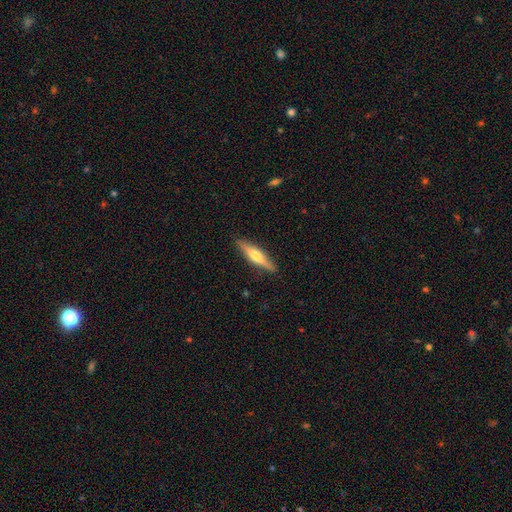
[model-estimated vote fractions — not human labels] The model was most divided on "smooth or featured": featured or disk: 54%, smooth: 40%, star or artifact: 6%. More confident: edge-on disk — yes (95%); merging — none (89%); edge-on bulge — rounded (84%).